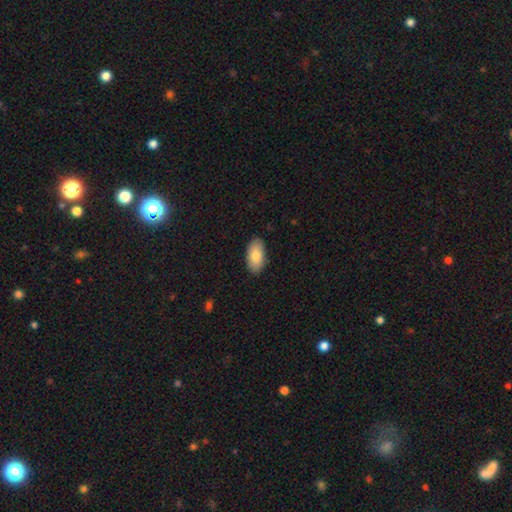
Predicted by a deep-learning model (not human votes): This is clearly a smooth galaxy (81%). How rounded: clearly in between (94%). Merging: clearly none (88%).